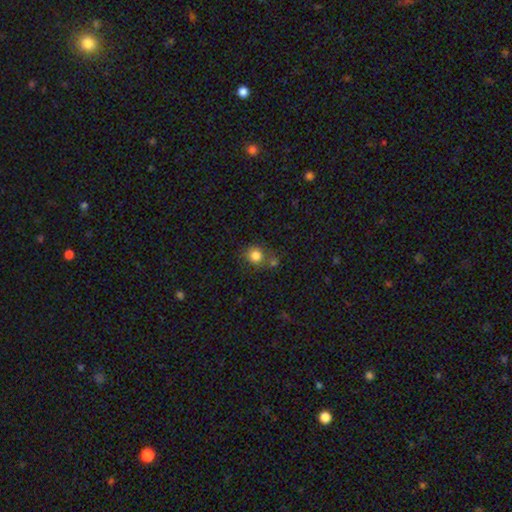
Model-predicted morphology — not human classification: This appears to be a smooth galaxy with no disk features (82%) that is round (86%). Merging: none (64%).